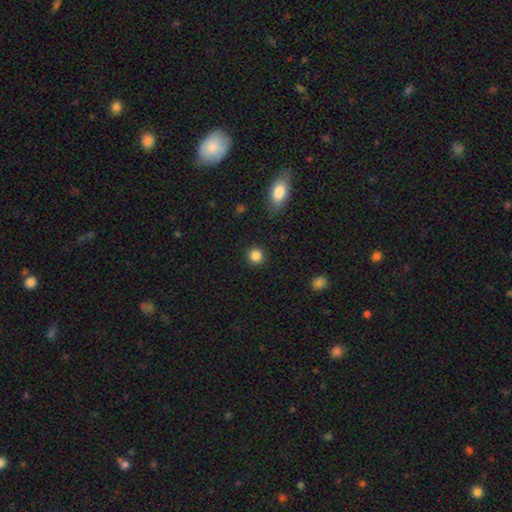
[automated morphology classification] A smooth galaxy with no disk features (85%) that is round (91%). Merging: none (91%).